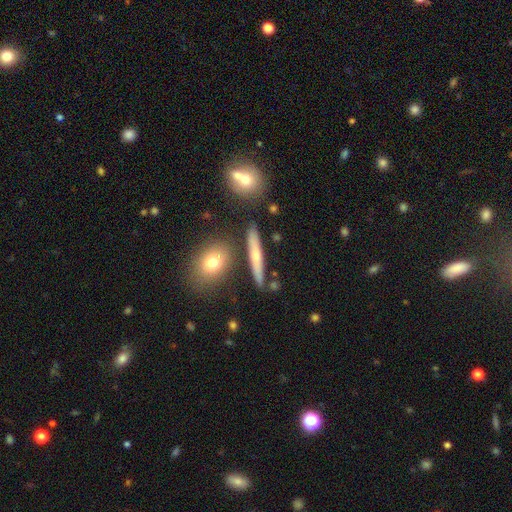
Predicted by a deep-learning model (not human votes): Morphology: type=smooth (48%); merging=none (82%).